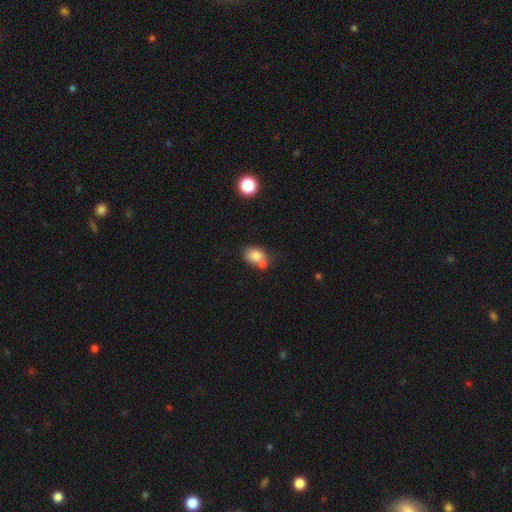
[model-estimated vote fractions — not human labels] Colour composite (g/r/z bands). It shows a smooth galaxy with no disk features (78%) that is in between round and cigar-shaped (63%). Merging: none (44%).